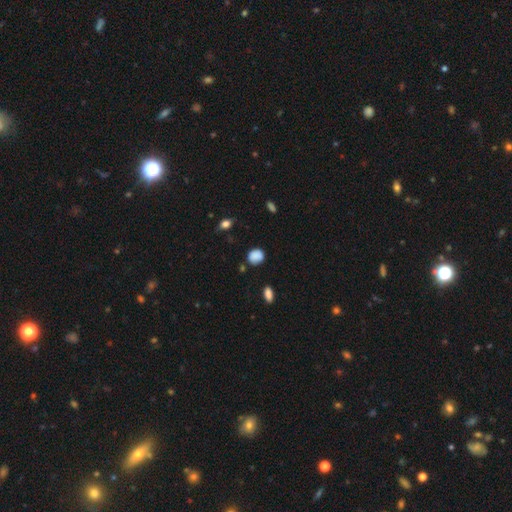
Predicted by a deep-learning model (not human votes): Smooth or featured?
  - smooth: 86% *
  - star or artifact: 10%
  - featured or disk: 5%
How rounded?
  - round: 70% *
  - in between: 29%
  - cigar-shaped: 1%
Merging?
  - none: 77% *
  - minor disturbance: 17%
  - major disturbance: 4%
  - merger: 3%